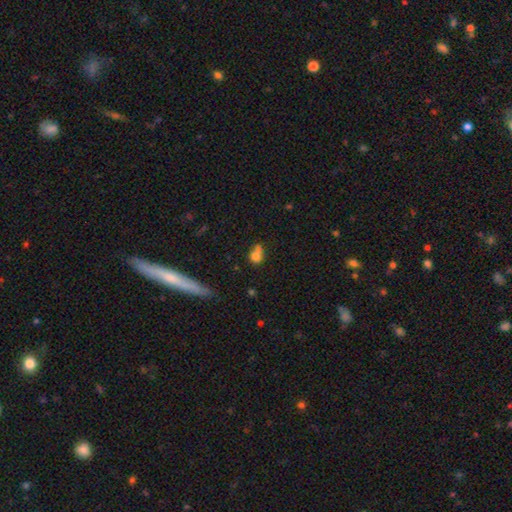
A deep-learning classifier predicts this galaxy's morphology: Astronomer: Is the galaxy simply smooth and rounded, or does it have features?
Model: smooth — 72%.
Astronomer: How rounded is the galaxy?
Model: in between — 61%.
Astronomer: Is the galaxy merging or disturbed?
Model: none — 32% (runner-up: merger, 25%).